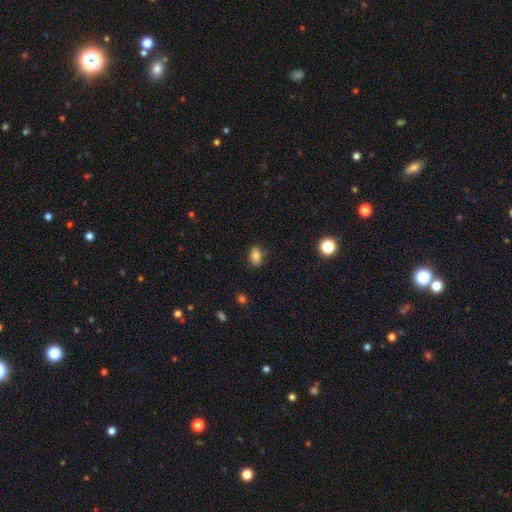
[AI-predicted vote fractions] A smooth galaxy with no disk features (80%) that is in between round and cigar-shaped (81%). Merging: none (80%).